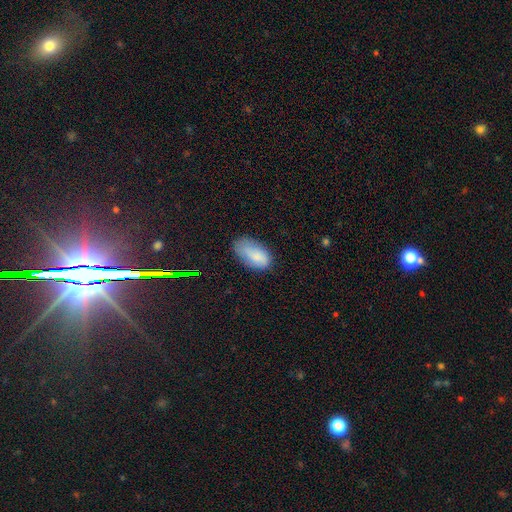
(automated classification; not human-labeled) Smooth or featured?
  - smooth: 80% *
  - featured or disk: 12%
  - star or artifact: 8%
How rounded?
  - in between: 94% *
  - round: 4%
  - cigar-shaped: 3%
Merging?
  - none: 59% *
  - minor disturbance: 30%
  - major disturbance: 9%
  - merger: 2%